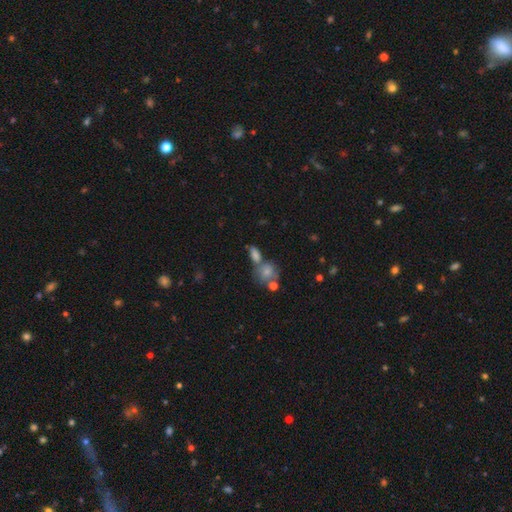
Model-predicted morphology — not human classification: Smooth or featured? Predicted: smooth (p=0.63). How rounded? Predicted: in between (p=0.61). Merging? Predicted: none (p=0.42).